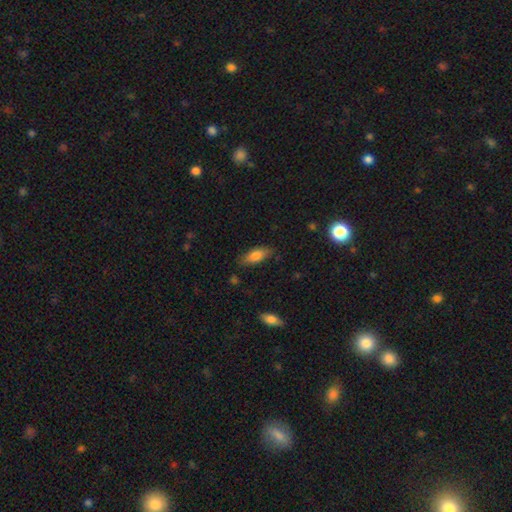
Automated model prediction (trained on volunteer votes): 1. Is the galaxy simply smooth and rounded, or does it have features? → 78% smooth, 14% featured or disk, 7% star or artifact.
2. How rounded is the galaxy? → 74% in between, 24% cigar-shaped, 2% round.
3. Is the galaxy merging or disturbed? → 81% none, 14% minor disturbance, 3% major disturbance, 2% merger.